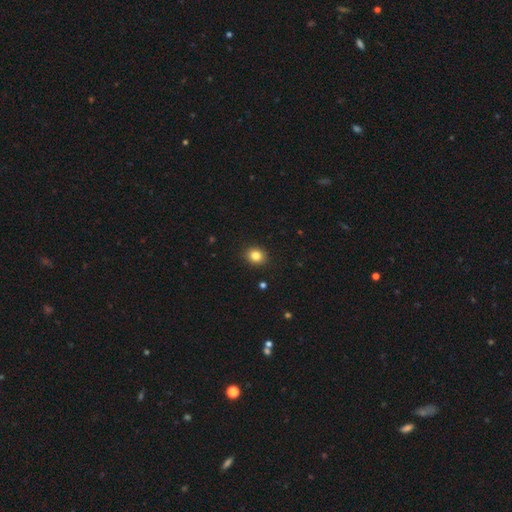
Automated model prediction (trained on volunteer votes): Smooth or featured? Predicted: smooth (p=0.84). How rounded? Predicted: round (p=0.70). Merging? Predicted: none (p=0.91).